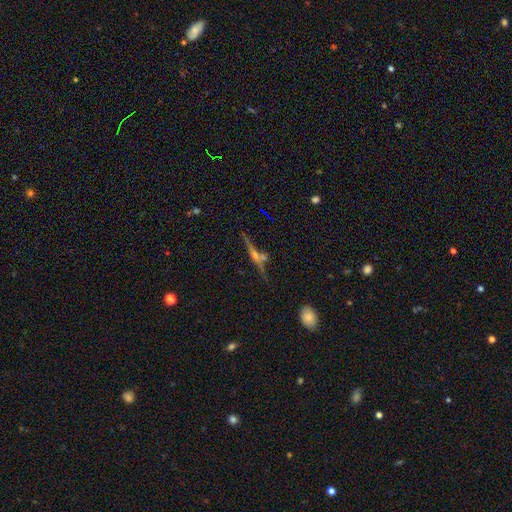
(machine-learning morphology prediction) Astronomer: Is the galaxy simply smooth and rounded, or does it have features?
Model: featured or disk — 64%.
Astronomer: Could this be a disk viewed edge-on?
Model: yes — 91%.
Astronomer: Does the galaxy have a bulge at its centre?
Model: rounded — 78%.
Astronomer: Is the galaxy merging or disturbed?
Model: none — 66%.